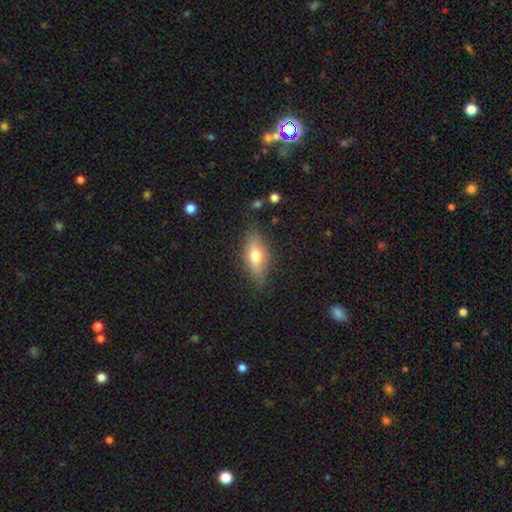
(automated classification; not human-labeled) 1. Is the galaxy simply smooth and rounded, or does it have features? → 62% smooth, 30% featured or disk, 8% star or artifact.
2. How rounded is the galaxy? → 73% in between, 22% cigar-shaped, 5% round.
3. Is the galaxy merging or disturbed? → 80% none, 15% minor disturbance, 4% major disturbance, 1% merger.